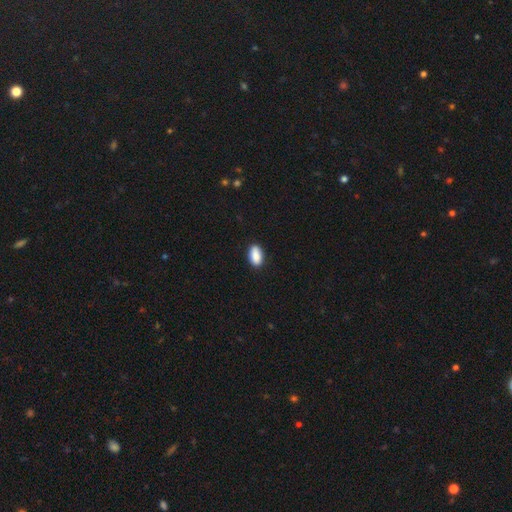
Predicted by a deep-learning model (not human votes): A smooth galaxy with no disk features (89%) that is in between round and cigar-shaped (92%).

Vote fractions:
- Smooth or featured? smooth: 89% / star or artifact: 7% / featured or disk: 4%
- How rounded? in between: 92% / round: 5% / cigar-shaped: 3%
- Merging? none: 87% / minor disturbance: 10% / major disturbance: 2% / merger: 1%